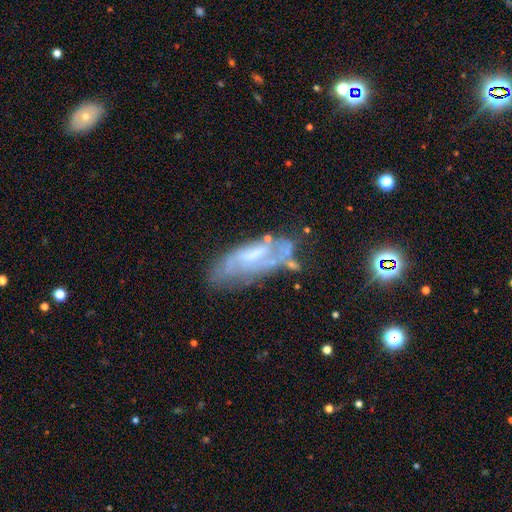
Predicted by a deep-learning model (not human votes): Smooth or featured: featured or disk — 67% (smooth — 24%)
Edge-on disk: no — 87% (yes — 13%)
Bar: weak — 44% (no — 37%)
Spiral arms: yes — 63% (no — 37%)
Bulge size: moderate — 33% (small — 32%)
Merging: none — 50% (minor disturbance — 26%)